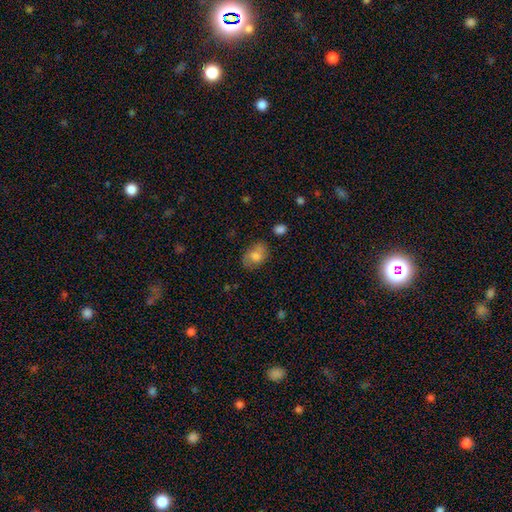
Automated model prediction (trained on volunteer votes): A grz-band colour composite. It shows a smooth galaxy with no disk features (76%) that is in between round and cigar-shaped (80%). Merging: none (71%).